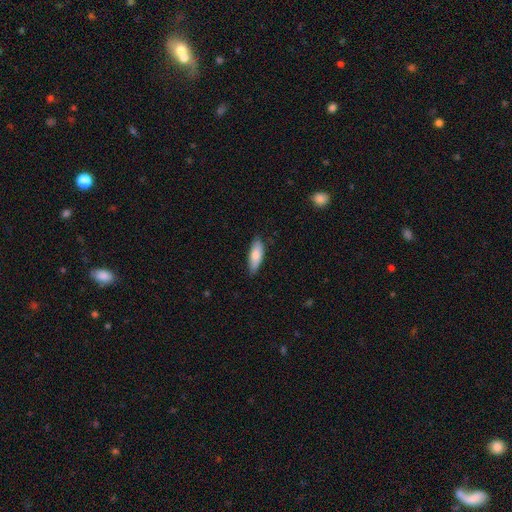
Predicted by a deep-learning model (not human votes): Q: Smooth or featured?
A: smooth (80%); runner-up: featured or disk (14%)
Q: How rounded?
A: in between (67%); runner-up: cigar-shaped (31%)
Q: Merging?
A: none (81%); runner-up: minor disturbance (16%)